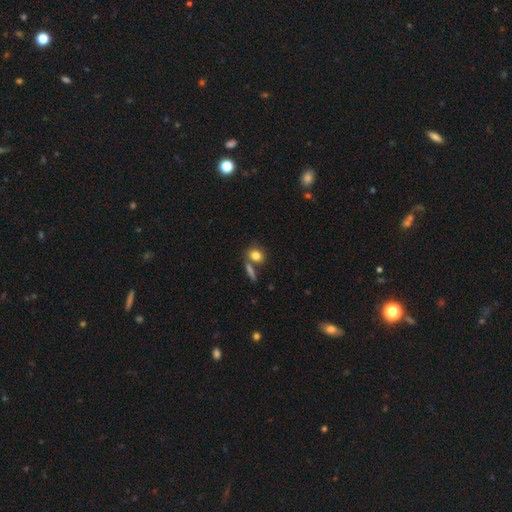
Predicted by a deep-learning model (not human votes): This is clearly a smooth galaxy (81%). How rounded: possibly round (57%). Merging: likely none (61%).